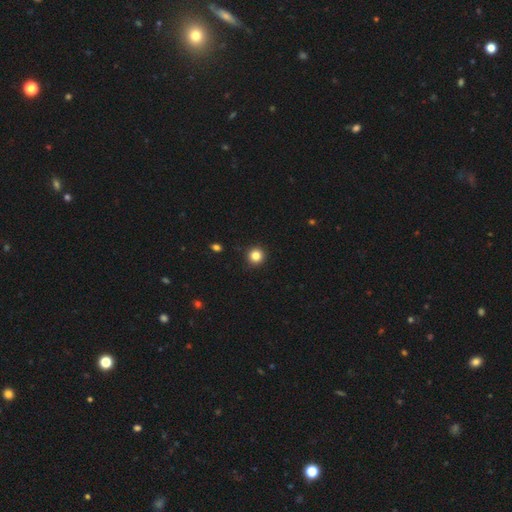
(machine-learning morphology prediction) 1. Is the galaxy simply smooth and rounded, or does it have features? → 84% smooth, 12% star or artifact, 4% featured or disk.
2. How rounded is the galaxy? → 95% round, 4% in between, 1% cigar-shaped.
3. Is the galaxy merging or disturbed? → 92% none, 5% minor disturbance, 2% major disturbance, 1% merger.